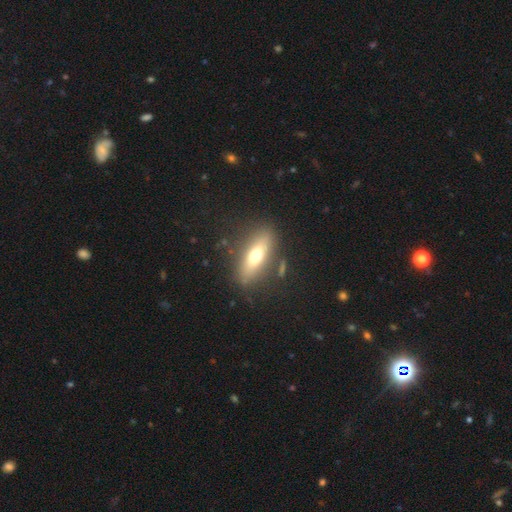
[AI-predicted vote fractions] Smooth or featured?
  - smooth: 59% *
  - featured or disk: 33%
  - star or artifact: 8%
How rounded?
  - in between: 59% *
  - cigar-shaped: 36%
  - round: 4%
Merging?
  - none: 81% *
  - minor disturbance: 11%
  - major disturbance: 4%
  - merger: 3%